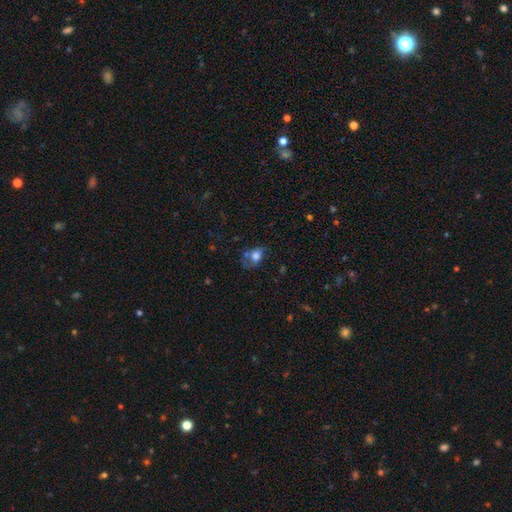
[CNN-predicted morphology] smooth 70%, featured or disk 19%, star or artifact 11%. Down the decision tree: how rounded — in between (69%); merging — none (38%).